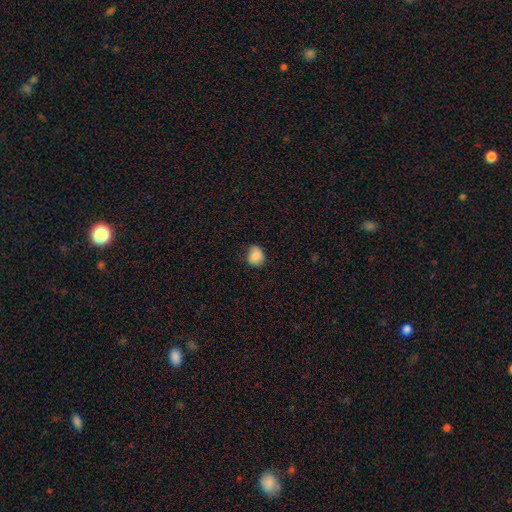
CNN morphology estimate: type=smooth (85%); roundness=round (65%); merging=none (76%).